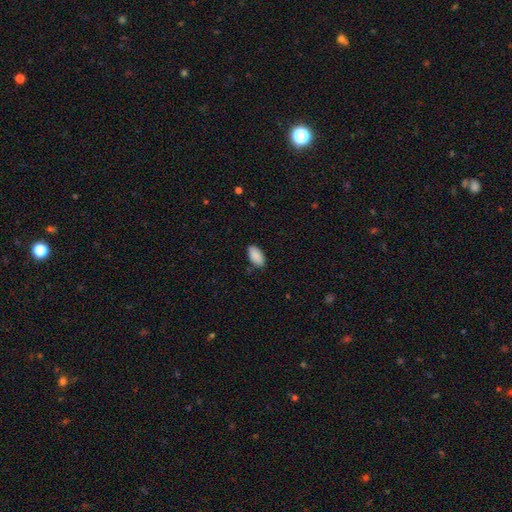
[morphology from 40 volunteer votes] Smooth or featured? smooth (85%)
How rounded? in between (97%)
Merging? none (78%)